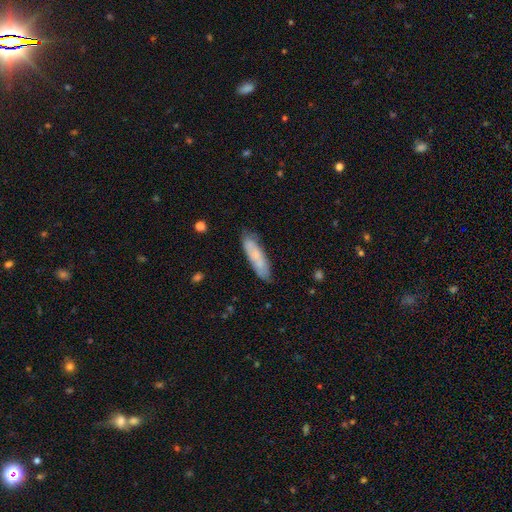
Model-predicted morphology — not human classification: Smooth or featured? Predicted: smooth (p=0.57). How rounded? Predicted: cigar-shaped (p=0.59). Merging? Predicted: none (p=0.77).